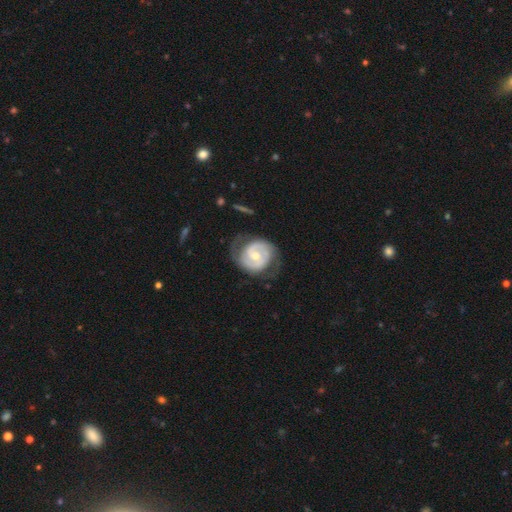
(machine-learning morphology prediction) The model was most divided on "bar": weak: 45%, no: 42%, strong: 13%. More confident: edge-on disk — no (98%); spiral arms — yes (94%); smooth or featured — featured or disk (84%); spiral arm count — 2 (84%); merging — none (67%); bulge size — moderate (59%); spiral winding — tight (51%).